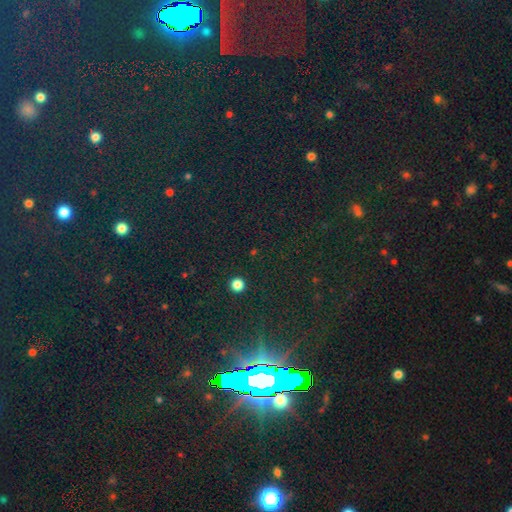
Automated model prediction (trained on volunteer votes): smooth_or_featured: star or artifact (p=0.82) [alt: smooth p=0.10]